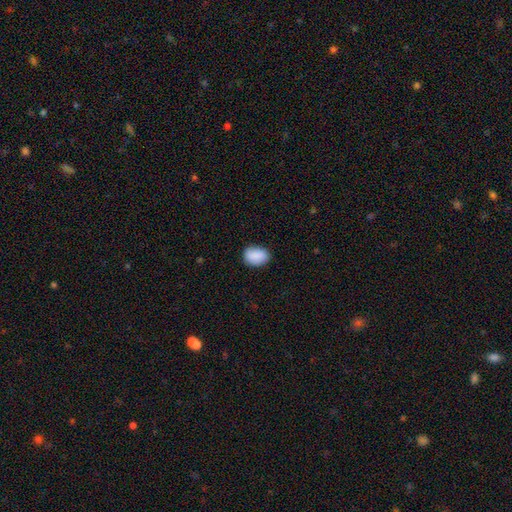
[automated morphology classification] Overall: smooth (89%). How rounded: in between (81%). Merging: none (81%).